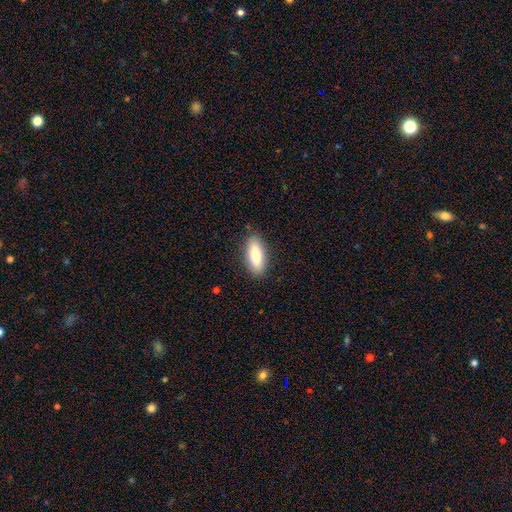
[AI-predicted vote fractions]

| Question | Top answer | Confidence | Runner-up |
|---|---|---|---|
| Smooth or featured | smooth | 76% | featured or disk (17%) |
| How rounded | in between | 70% | cigar-shaped (28%) |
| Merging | none | 86% | minor disturbance (11%) |